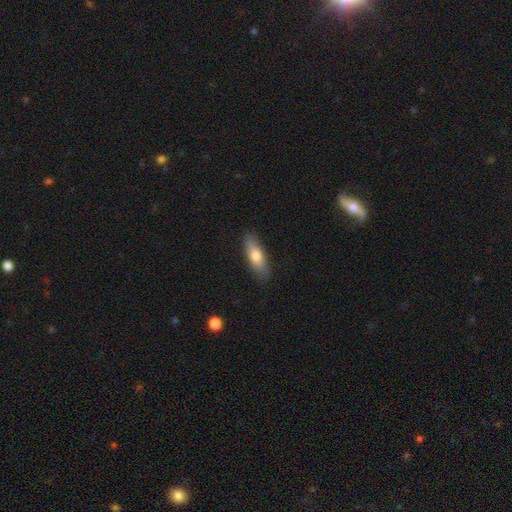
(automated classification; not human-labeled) The model was most divided on "how rounded": in between: 56%, cigar-shaped: 41%, round: 2%. More confident: merging — none (86%); smooth or featured — smooth (74%).